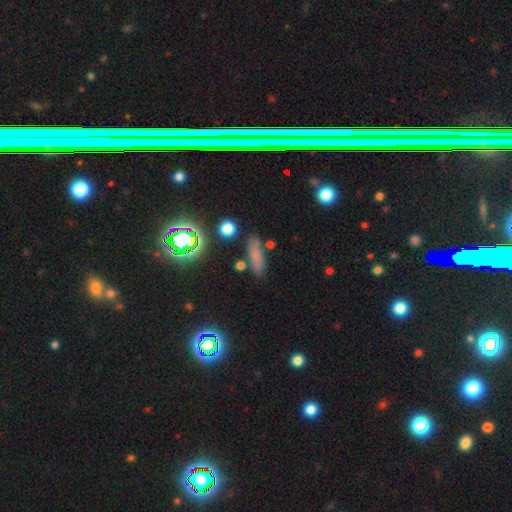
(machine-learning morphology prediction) Smooth or featured?
  - smooth: 69% *
  - star or artifact: 19%
  - featured or disk: 12%
How rounded?
  - cigar-shaped: 61% *
  - in between: 34%
  - round: 5%
Merging?
  - none: 78% *
  - minor disturbance: 12%
  - merger: 6%
  - major disturbance: 4%